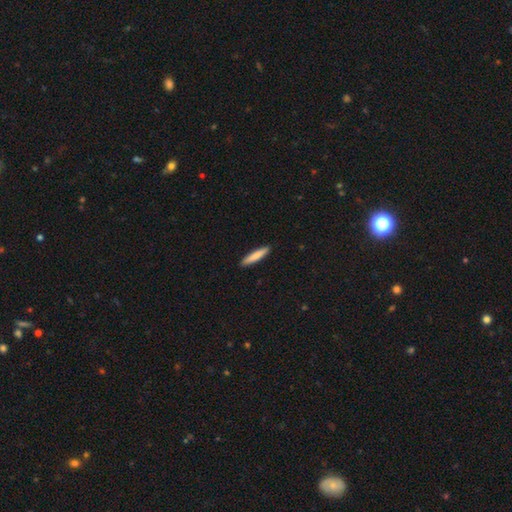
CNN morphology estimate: This is clearly a smooth galaxy (82%). How rounded: clearly cigar-shaped (90%). Merging: clearly none (92%).